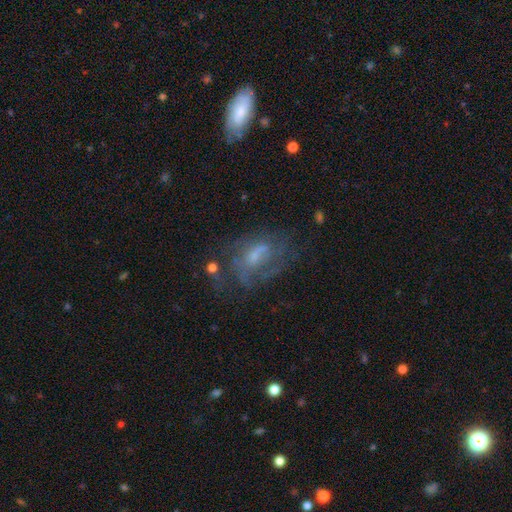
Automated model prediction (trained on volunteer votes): This is likely a featured or disk galaxy (62%). It is clearly not viewed edge-on (95%). Bar: possibly no (46%). Spiral arm pattern: likely yes (66%). Central bulge: possibly small (48%). Merging: possibly none (49%).